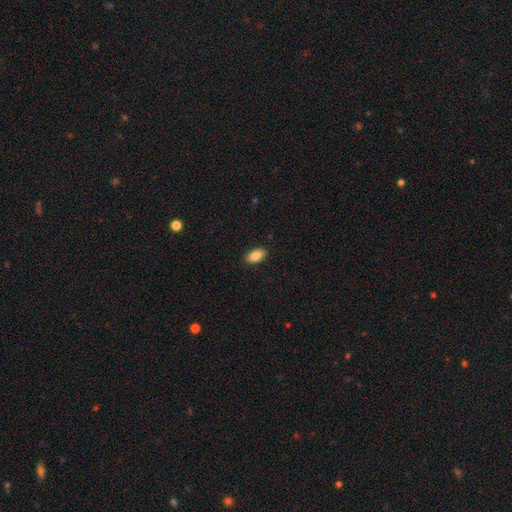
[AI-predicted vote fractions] Morphology: type=smooth (87%); roundness=in between (92%); merging=none (90%).